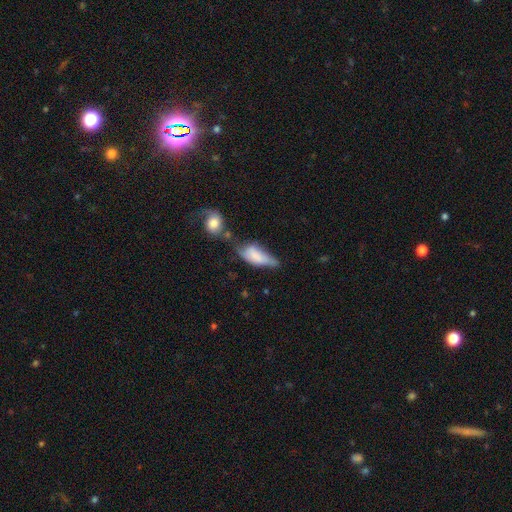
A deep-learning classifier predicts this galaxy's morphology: This is likely a smooth galaxy (68%). How rounded: likely in between (76%). Merging: marginally minor disturbance (29%).